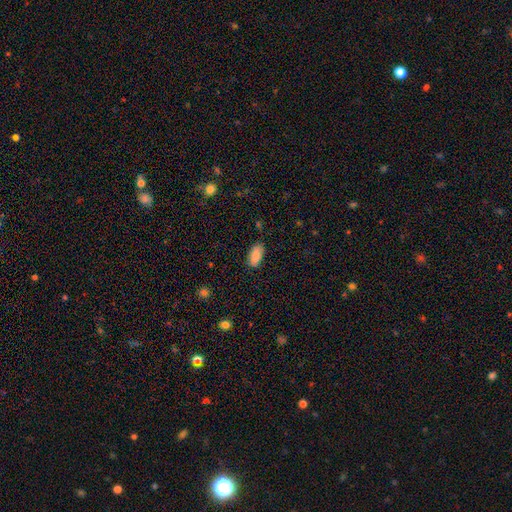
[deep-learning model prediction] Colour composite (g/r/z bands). It shows a smooth galaxy with no disk features (88%) that is in between round and cigar-shaped (90%). Merging: none (81%).